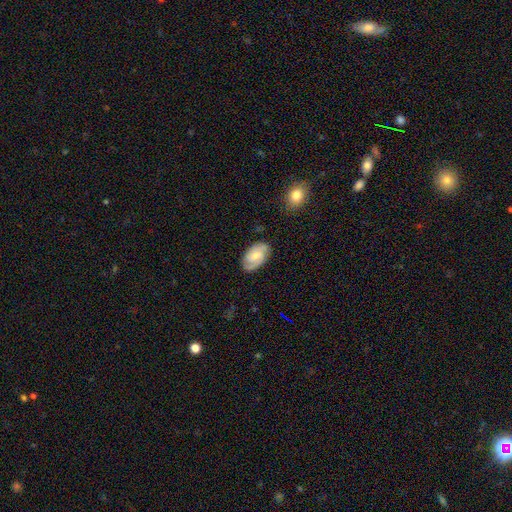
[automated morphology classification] Smooth or featured: featured or disk — 55% (smooth — 38%)
Edge-on disk: no — 96% (yes — 4%)
Bar: no — 49% (weak — 43%)
Spiral arms: yes — 88% (no — 12%)
Bulge size: moderate — 46% (small — 44%)
Merging: none — 80% (minor disturbance — 15%)